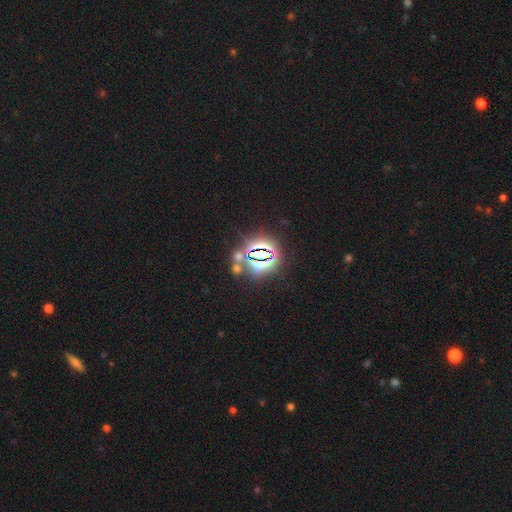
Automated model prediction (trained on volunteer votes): This is likely a star or artifact rather than a galaxy (72%).